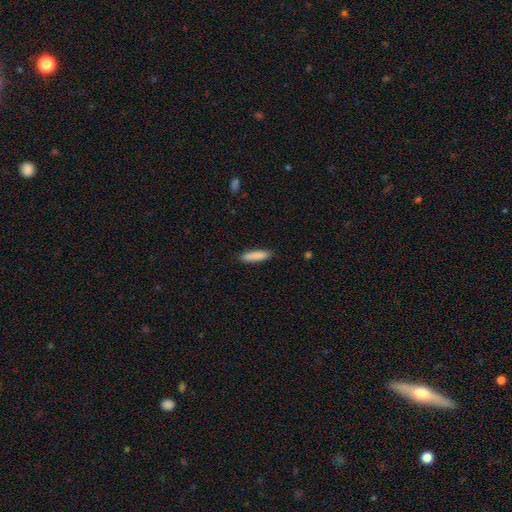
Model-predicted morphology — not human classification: smooth_or_featured: smooth (p=0.88) [alt: featured or disk p=0.06]
how_rounded: cigar-shaped (p=0.72) [alt: in between p=0.27]
merging: none (p=0.88) [alt: minor disturbance p=0.09]